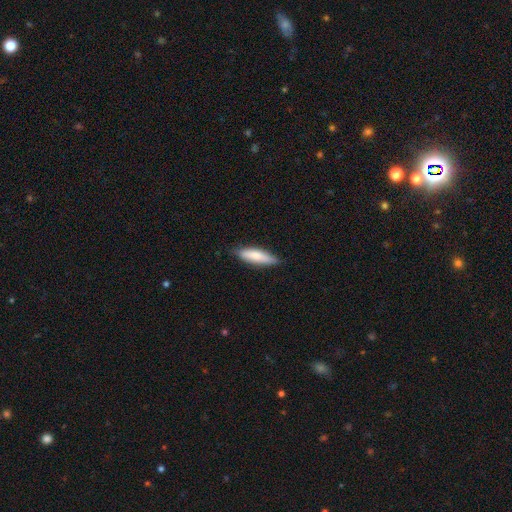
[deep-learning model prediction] Q: Smooth or featured?
A: smooth (75%); runner-up: featured or disk (19%)
Q: How rounded?
A: cigar-shaped (60%); runner-up: in between (39%)
Q: Merging?
A: none (80%); runner-up: minor disturbance (16%)